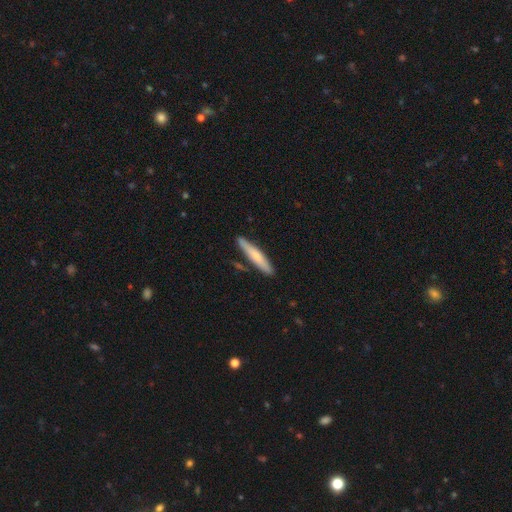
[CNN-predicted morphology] This appears to be a smooth galaxy with no disk features (67%) that is cigar-shaped (91%). Merging: none (82%).